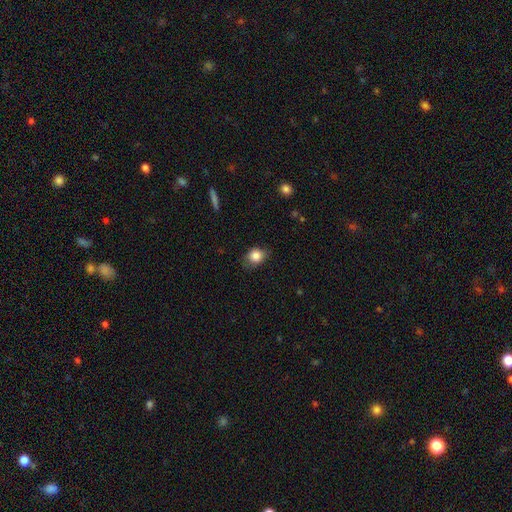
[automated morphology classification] Overall: smooth (84%). How rounded: round (61%; in between 38%). Merging: none (66%).